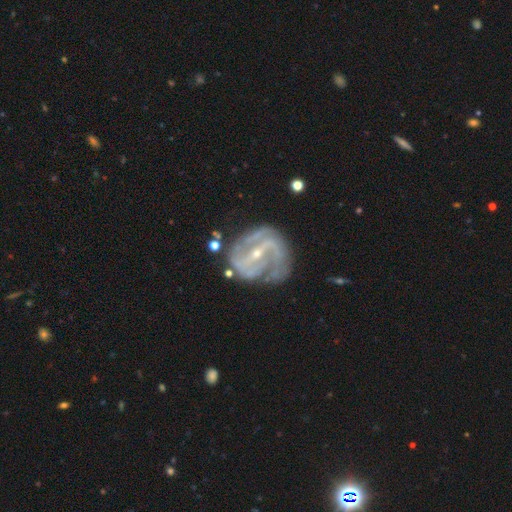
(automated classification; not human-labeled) featured or disk 84%, star or artifact 9%, smooth 7%. Down the decision tree: edge-on disk — no (96%); bar — strong (46%); spiral arms — yes (91%); spiral arm count — 2 (49%); spiral winding — tight (43%); bulge size — small (72%); merging — none (62%).